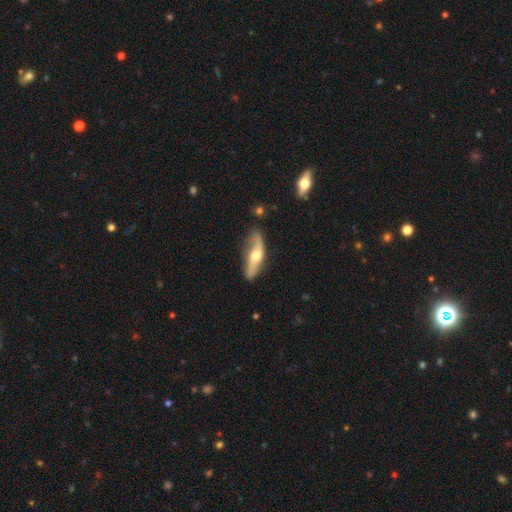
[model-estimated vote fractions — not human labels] Smooth or featured?
  - featured or disk: 63% *
  - smooth: 32%
  - star or artifact: 5%
Edge-on disk?
  - yes: 53% *
  - no: 47%
Merging?
  - none: 69% *
  - minor disturbance: 22%
  - major disturbance: 6%
  - merger: 3%